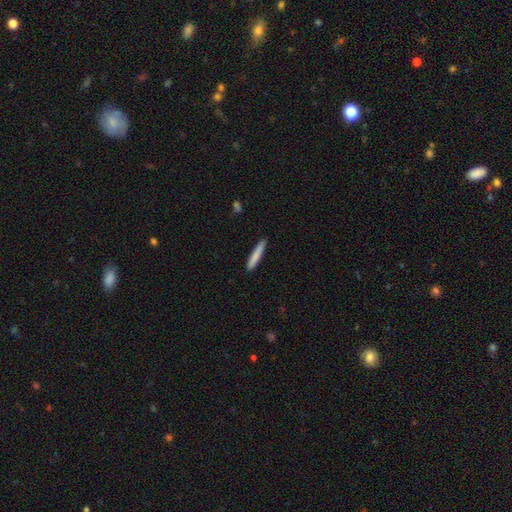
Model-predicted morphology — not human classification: Smooth or featured?
  - smooth: 81% *
  - featured or disk: 13%
  - star or artifact: 6%
How rounded?
  - cigar-shaped: 94% *
  - in between: 5%
  - round: 1%
Merging?
  - none: 88% *
  - minor disturbance: 9%
  - major disturbance: 2%
  - merger: 1%